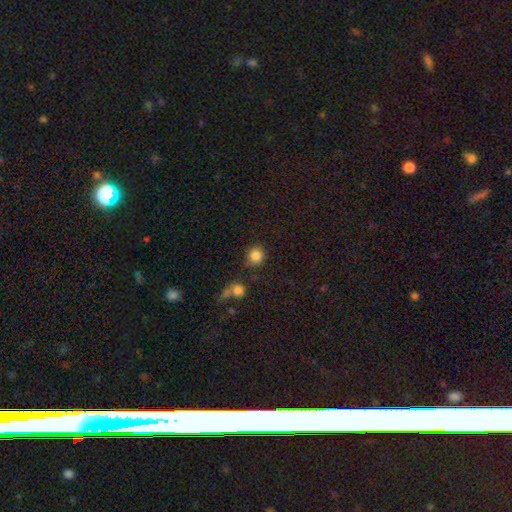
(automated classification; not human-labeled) Smooth or featured? smooth (85%)
How rounded? round (91%)
Merging? none (79%)